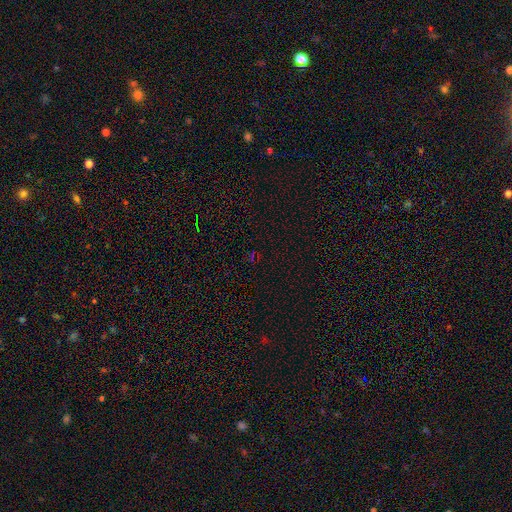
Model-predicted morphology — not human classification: This is likely a star or artifact rather than a galaxy (71%).